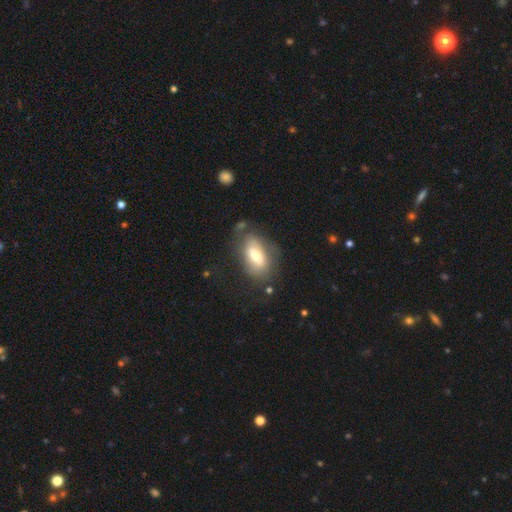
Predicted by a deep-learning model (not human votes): smooth 63%, featured or disk 30%, star or artifact 7%. Down the decision tree: how rounded — in between (88%); merging — none (62%).